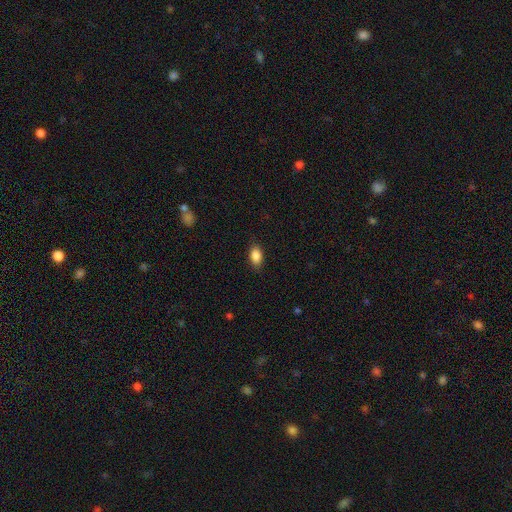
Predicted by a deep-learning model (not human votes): Smooth or featured? Predicted: smooth (p=0.87). How rounded? Predicted: in between (p=0.90). Merging? Predicted: none (p=0.85).